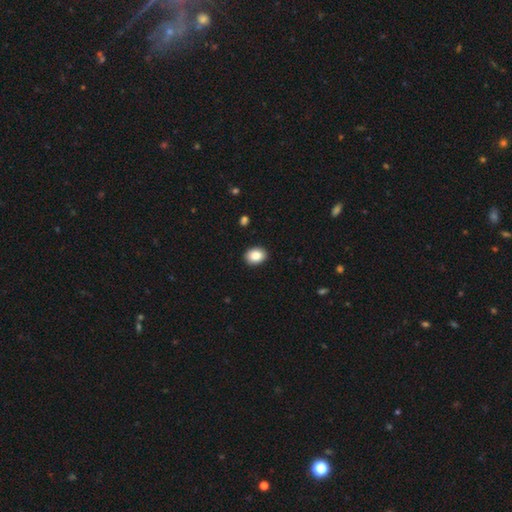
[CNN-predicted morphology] Q: Smooth or featured?
A: smooth (88%); runner-up: star or artifact (8%)
Q: How rounded?
A: in between (61%); runner-up: round (38%)
Q: Merging?
A: none (90%); runner-up: minor disturbance (7%)